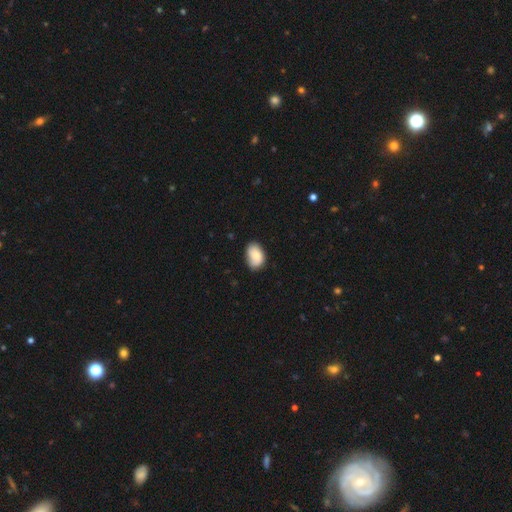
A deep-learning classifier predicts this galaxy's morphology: Smooth or featured? smooth (78%)
How rounded? in between (85%)
Merging? none (72%)